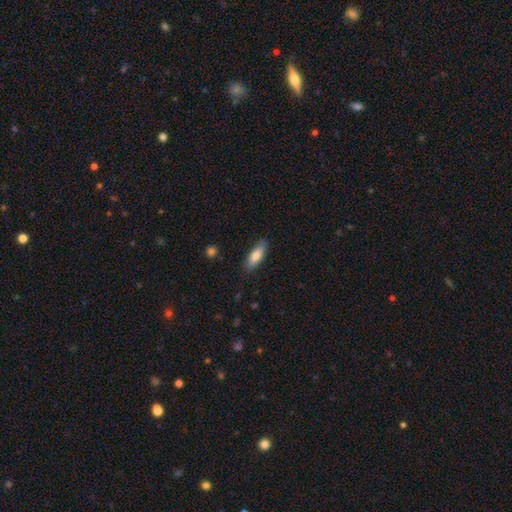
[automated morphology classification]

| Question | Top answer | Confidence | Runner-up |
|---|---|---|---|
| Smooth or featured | smooth | 78% | featured or disk (16%) |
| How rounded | in between | 57% | cigar-shaped (41%) |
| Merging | none | 85% | minor disturbance (12%) |